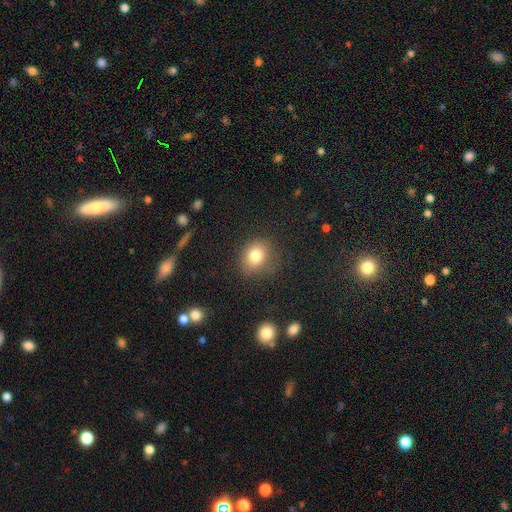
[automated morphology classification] The model was most divided on "how rounded": round: 63%, in between: 36%, cigar-shaped: 1%. More confident: smooth or featured — smooth (80%); merging — none (74%).